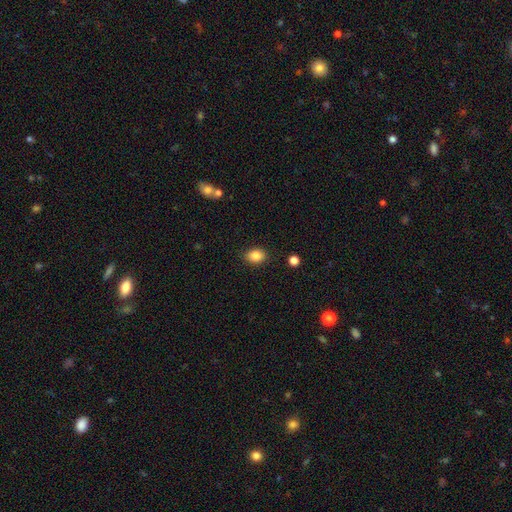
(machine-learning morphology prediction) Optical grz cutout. It shows a smooth galaxy with no disk features (86%) that is in between round and cigar-shaped (67%). Merging: none (88%).